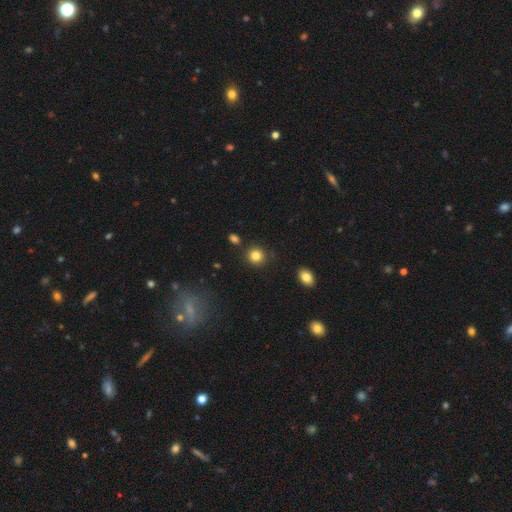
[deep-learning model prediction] smooth 84%, star or artifact 11%, featured or disk 5%. Down the decision tree: how rounded — round (90%); merging — none (85%).